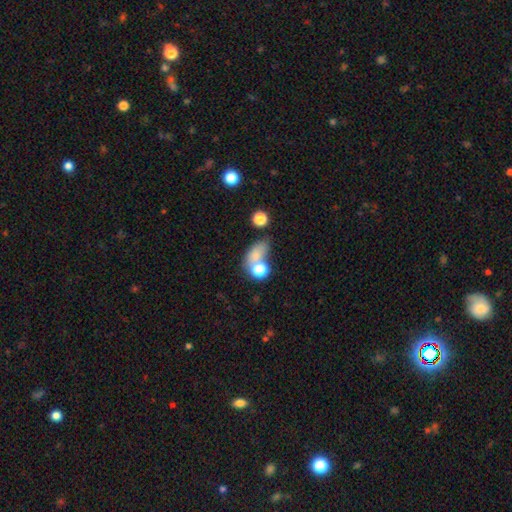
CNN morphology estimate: Smooth or featured? Predicted: smooth (p=0.70). How rounded? Predicted: in between (p=0.74). Merging? Predicted: merger (p=0.35).